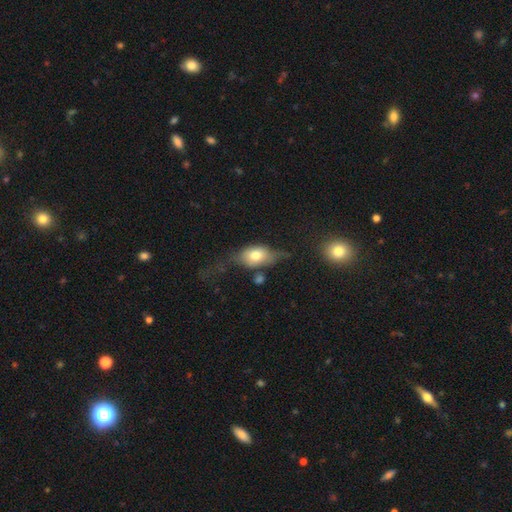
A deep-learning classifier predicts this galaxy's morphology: smooth 62%, featured or disk 30%, star or artifact 9%. Down the decision tree: how rounded — in between (80%); merging — none (41%).